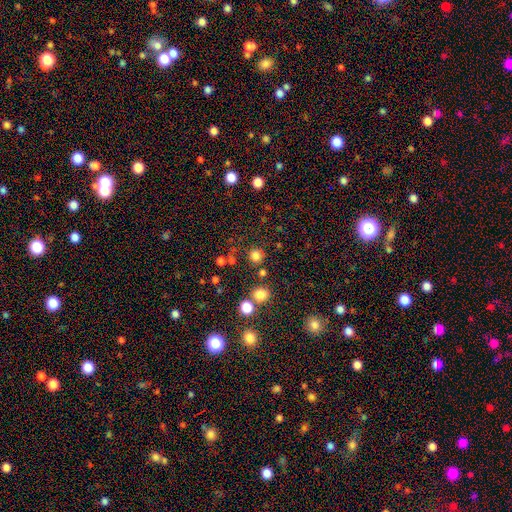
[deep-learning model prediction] smooth 77%, star or artifact 18%, featured or disk 5%. Down the decision tree: how rounded — round (91%); merging — none (80%).